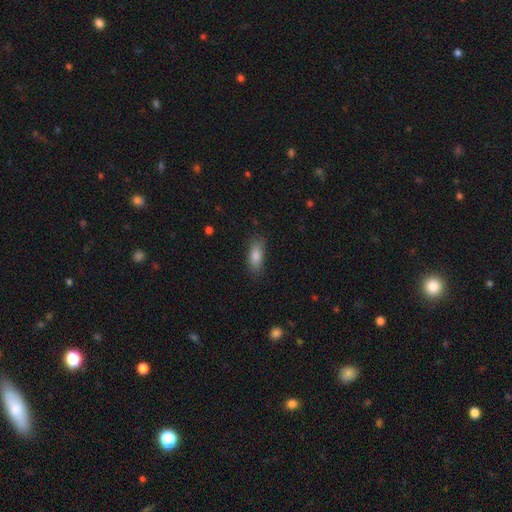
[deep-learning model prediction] A smooth galaxy with no disk features (82%) that is in between round and cigar-shaped (75%). Merging: none (80%).